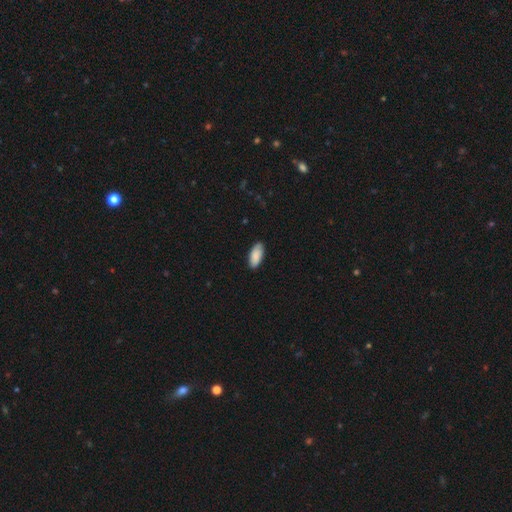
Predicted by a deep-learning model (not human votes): Smooth or featured?
  - smooth: 87% *
  - featured or disk: 7%
  - star or artifact: 6%
How rounded?
  - in between: 88% *
  - cigar-shaped: 11%
  - round: 2%
Merging?
  - none: 85% *
  - minor disturbance: 12%
  - major disturbance: 2%
  - merger: 1%